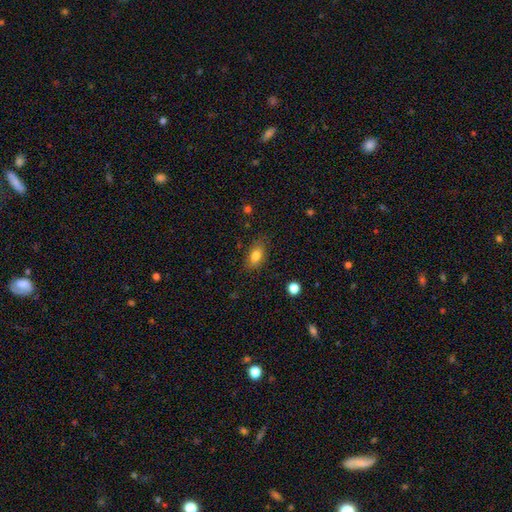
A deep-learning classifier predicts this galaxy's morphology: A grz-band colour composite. It shows a smooth galaxy with no disk features (79%) that is in between round and cigar-shaped (86%). Merging: none (81%).